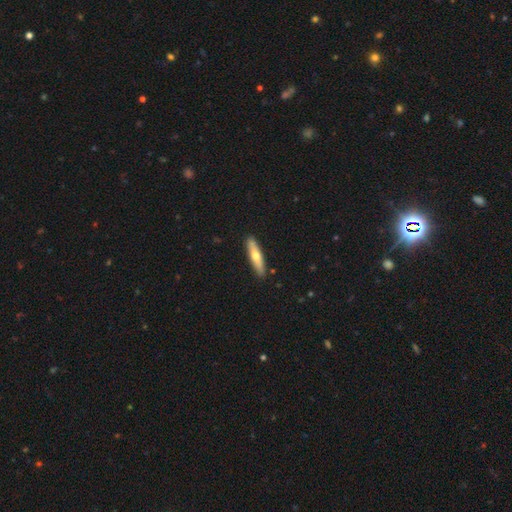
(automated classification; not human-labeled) Morphology: type=smooth (56%); roundness=cigar-shaped (81%); merging=none (90%).